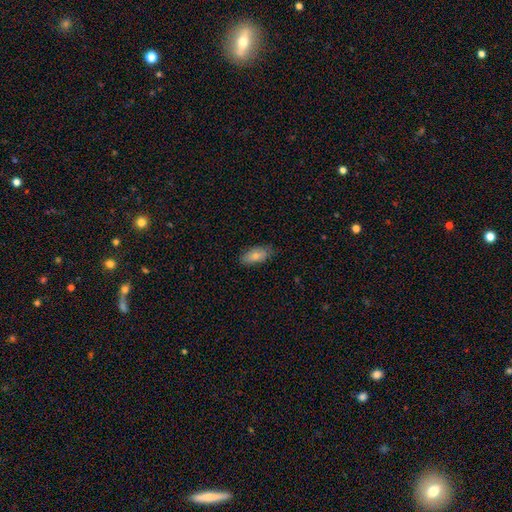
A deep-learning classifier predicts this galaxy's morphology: Smooth or featured? smooth (79%)
How rounded? in between (89%)
Merging? none (75%)